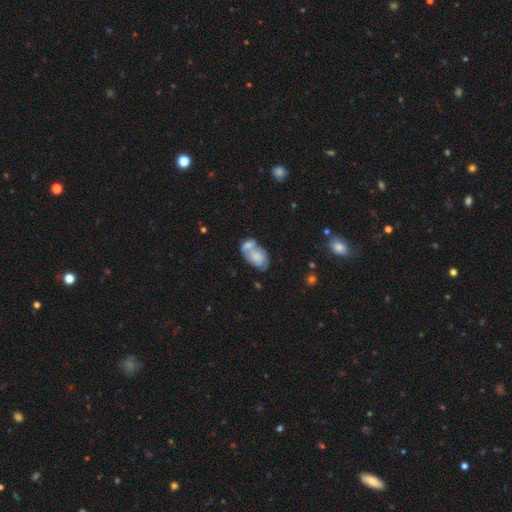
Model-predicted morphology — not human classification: smooth 52%, featured or disk 40%, star or artifact 8%. Down the decision tree: how rounded — in between (89%); merging — merger (57%).